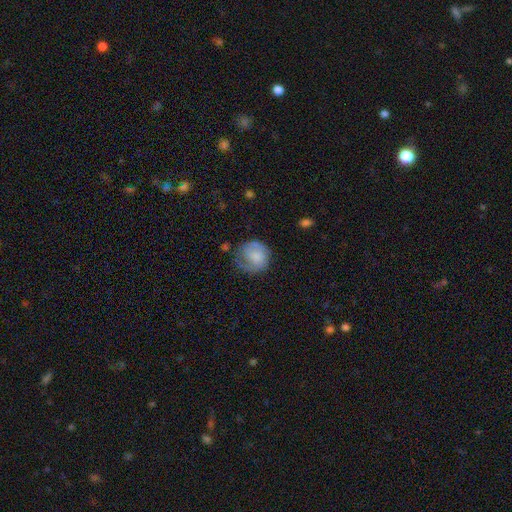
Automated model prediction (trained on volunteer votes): smooth_or_featured: smooth (p=0.57) [alt: featured or disk p=0.35]
how_rounded: round (p=0.79) [alt: in between p=0.20]
merging: none (p=0.48) [alt: minor disturbance p=0.29]